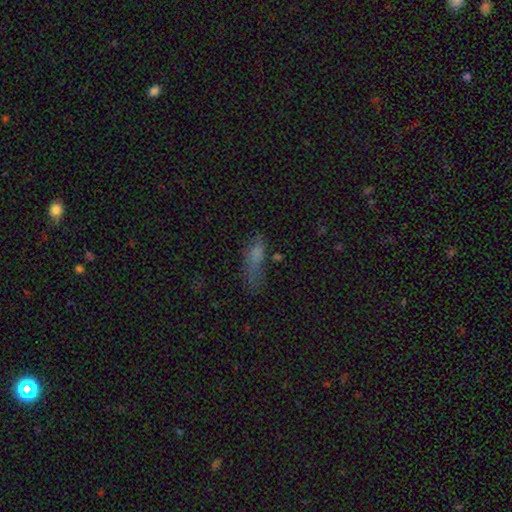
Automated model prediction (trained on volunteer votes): Smooth or featured: smooth — 68% (star or artifact — 16%)
How rounded: in between — 52% (cigar-shaped — 43%)
Merging: none — 40% (minor disturbance — 29%)